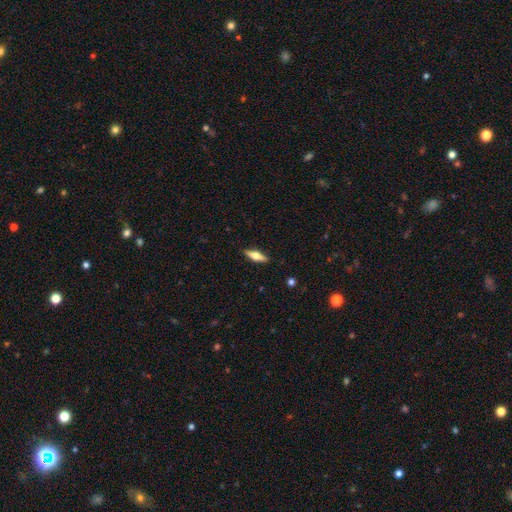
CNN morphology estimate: This is possibly a featured or disk galaxy (49%). Merging: clearly none (90%).